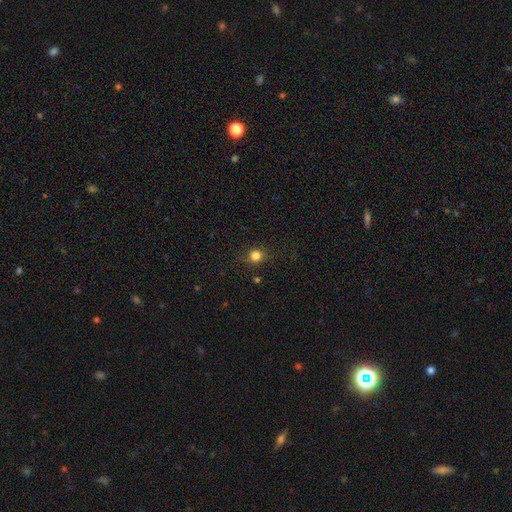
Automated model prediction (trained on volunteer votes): Smooth or featured: smooth — 81% (star or artifact — 14%)
How rounded: round — 87% (in between — 12%)
Merging: none — 86% (minor disturbance — 10%)